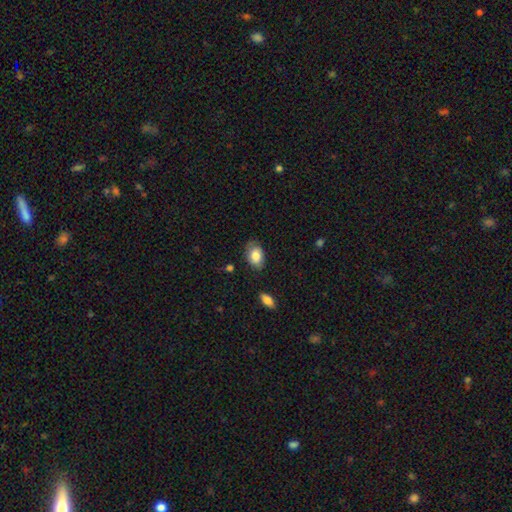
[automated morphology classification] Smooth or featured?
  - smooth: 82% *
  - featured or disk: 11%
  - star or artifact: 7%
How rounded?
  - in between: 84% *
  - round: 15%
  - cigar-shaped: 1%
Merging?
  - none: 69% *
  - minor disturbance: 24%
  - major disturbance: 5%
  - merger: 2%